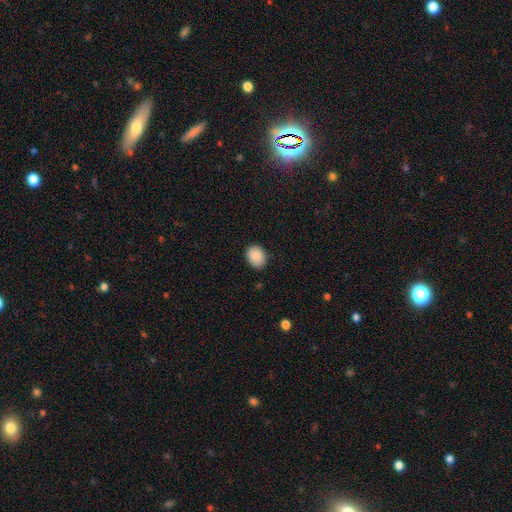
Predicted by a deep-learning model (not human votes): This is clearly a smooth galaxy (87%). How rounded: possibly in between (59%). Merging: clearly none (85%).